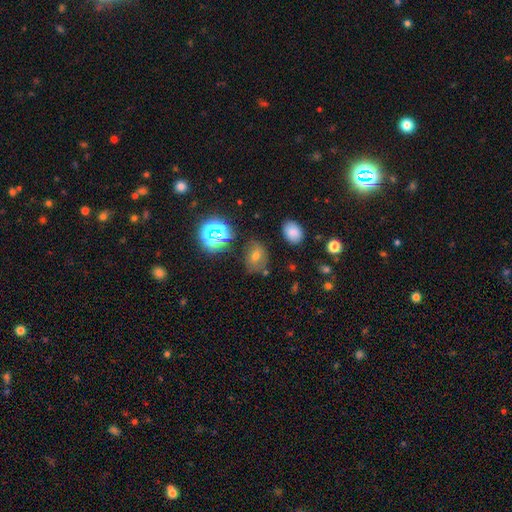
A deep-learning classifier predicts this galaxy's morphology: Overall: smooth (59%; star or artifact 26%). How rounded: in between (68%; round 31%). Merging: none (72%).